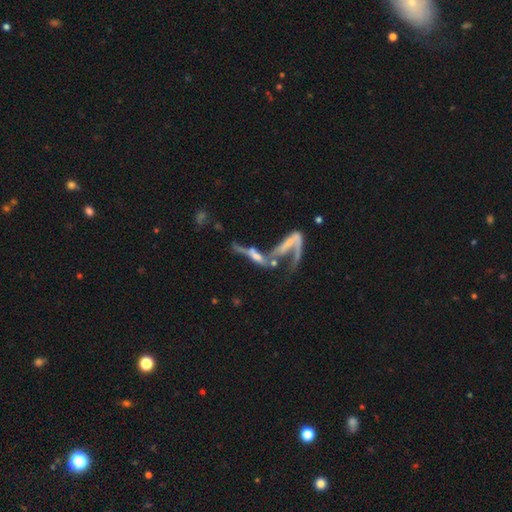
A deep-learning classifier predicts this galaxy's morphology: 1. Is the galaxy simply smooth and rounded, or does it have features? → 62% featured or disk, 26% smooth, 13% star or artifact.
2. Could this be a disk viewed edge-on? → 59% no, 41% yes.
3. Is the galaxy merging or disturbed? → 57% merger, 19% major disturbance, 16% none, 7% minor disturbance.